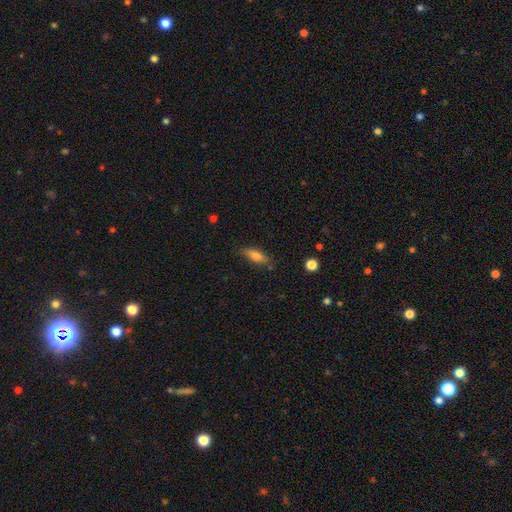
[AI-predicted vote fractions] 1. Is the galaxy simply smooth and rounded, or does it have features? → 77% smooth, 15% featured or disk, 8% star or artifact.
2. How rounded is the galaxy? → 70% in between, 27% cigar-shaped, 3% round.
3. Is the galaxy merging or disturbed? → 78% none, 16% minor disturbance, 3% major disturbance, 2% merger.